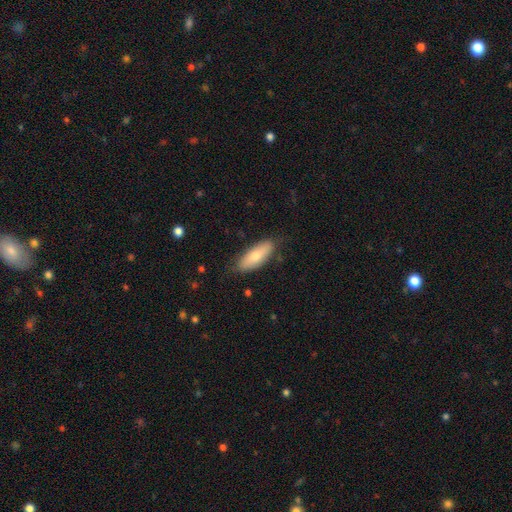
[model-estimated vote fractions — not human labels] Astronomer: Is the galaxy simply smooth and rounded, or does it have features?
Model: smooth — 74%.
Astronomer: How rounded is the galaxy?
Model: in between — 71%.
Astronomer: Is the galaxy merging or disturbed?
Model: none — 78%.